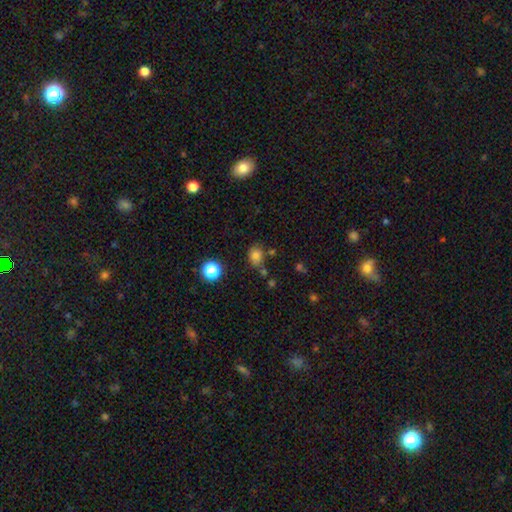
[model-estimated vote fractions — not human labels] Morphology: type=smooth (77%); roundness=round (59%); merging=none (67%).